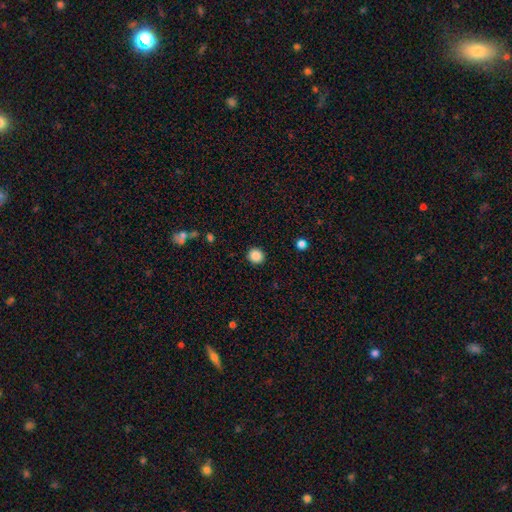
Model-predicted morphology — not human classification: smooth 87%, star or artifact 10%, featured or disk 3%. Down the decision tree: how rounded — round (88%); merging — none (91%).